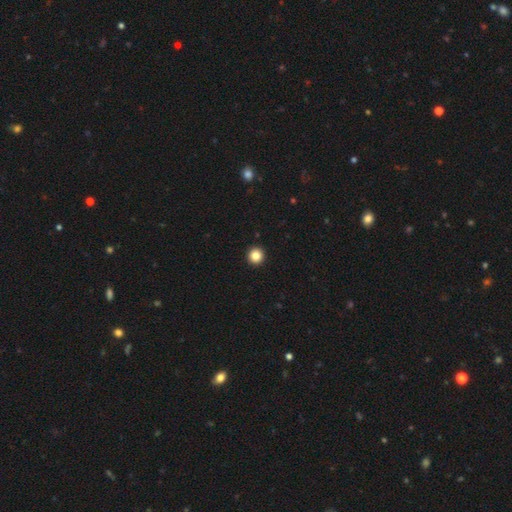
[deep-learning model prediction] Smooth or featured? Predicted: smooth (p=0.85). How rounded? Predicted: round (p=0.96). Merging? Predicted: none (p=0.94).